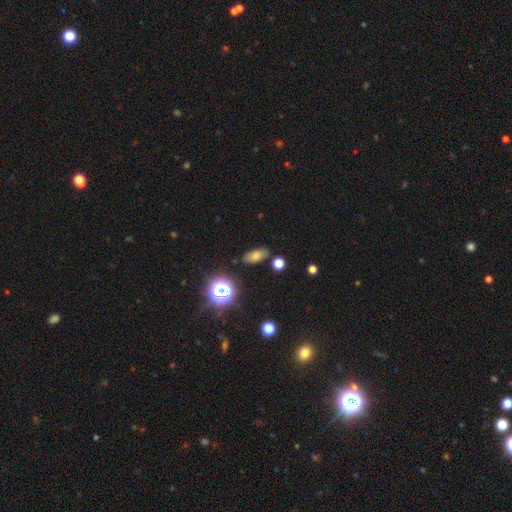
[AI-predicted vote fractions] The model was most divided on "smooth or featured": smooth: 59%, star or artifact: 27%, featured or disk: 14%. More confident: merging — none (85%); how rounded — in between (76%).